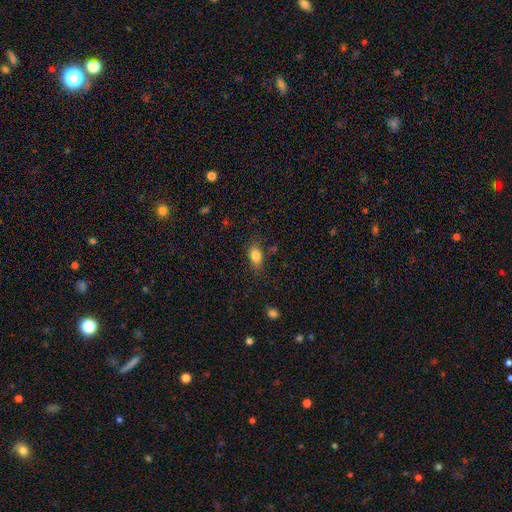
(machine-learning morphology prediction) type=smooth (84%); roundness=in between (86%); merging=none (80%).